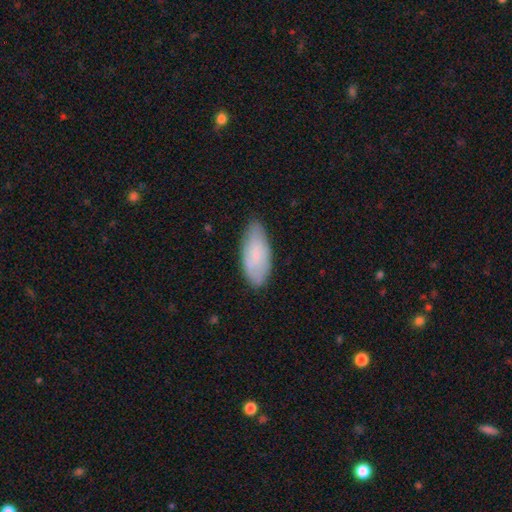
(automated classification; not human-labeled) Overall: smooth (68%). How rounded: in between (86%). Merging: none (77%).